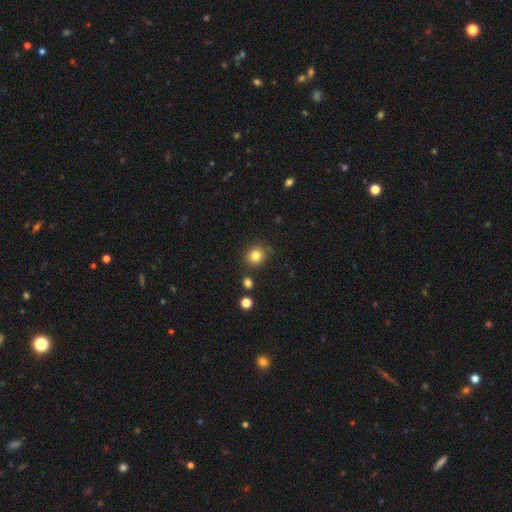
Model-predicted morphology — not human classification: Smooth or featured? smooth (82%)
How rounded? round (84%)
Merging? none (82%)